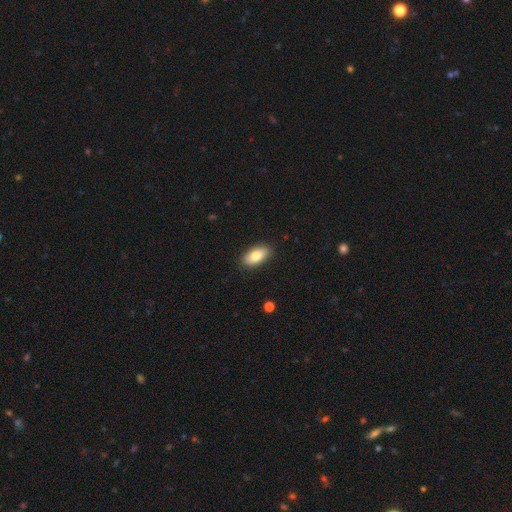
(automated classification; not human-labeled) A smooth galaxy with no disk features (81%) that is in between round and cigar-shaped (92%). Merging: none (88%).